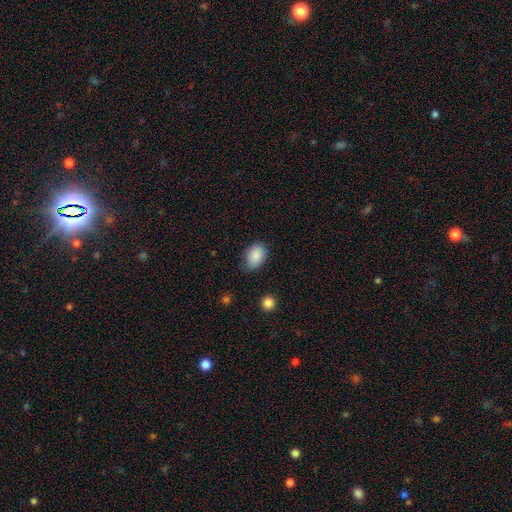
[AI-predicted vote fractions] This appears to be a smooth galaxy with no disk features (88%) that is in between round and cigar-shaped (83%). Merging: none (72%).